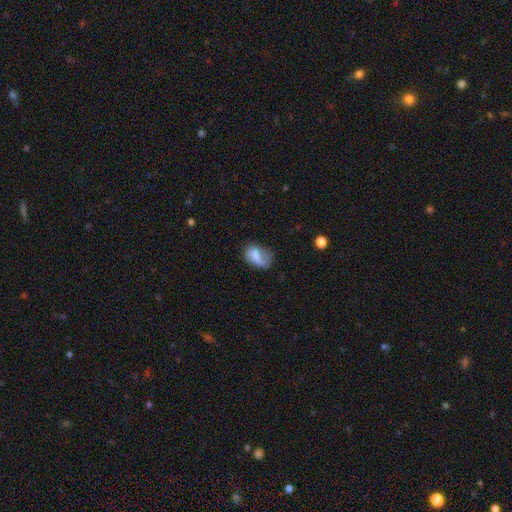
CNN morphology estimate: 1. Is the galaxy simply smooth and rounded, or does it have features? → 65% smooth, 26% featured or disk, 9% star or artifact.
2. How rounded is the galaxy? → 83% in between, 15% round, 2% cigar-shaped.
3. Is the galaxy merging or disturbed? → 43% none, 33% minor disturbance, 21% major disturbance, 3% merger.